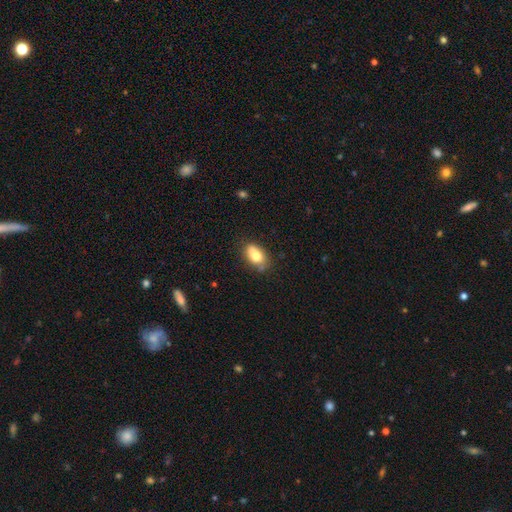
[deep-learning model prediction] Q: Smooth or featured?
A: smooth (75%); runner-up: featured or disk (17%)
Q: How rounded?
A: in between (88%); runner-up: round (9%)
Q: Merging?
A: none (67%); runner-up: minor disturbance (23%)